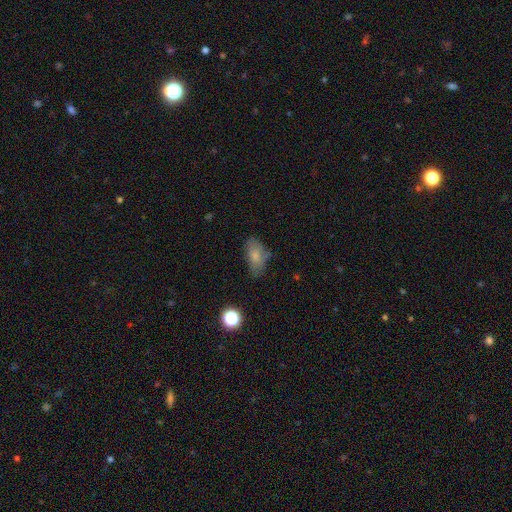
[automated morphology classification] This is likely a smooth galaxy (71%). How rounded: clearly in between (89%). Merging: possibly none (55%).